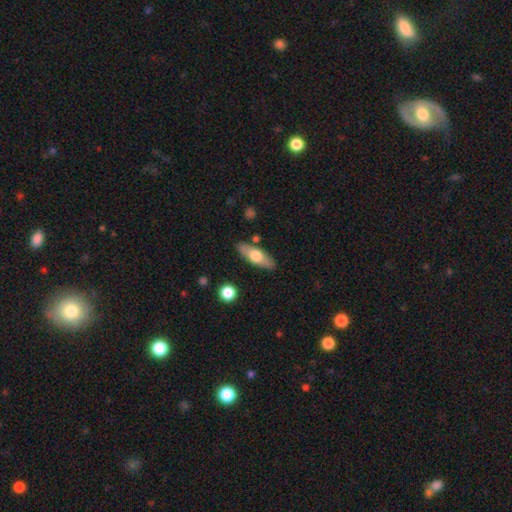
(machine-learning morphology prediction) Smooth or featured? smooth (56%)
How rounded? in between (59%)
Merging? none (84%)